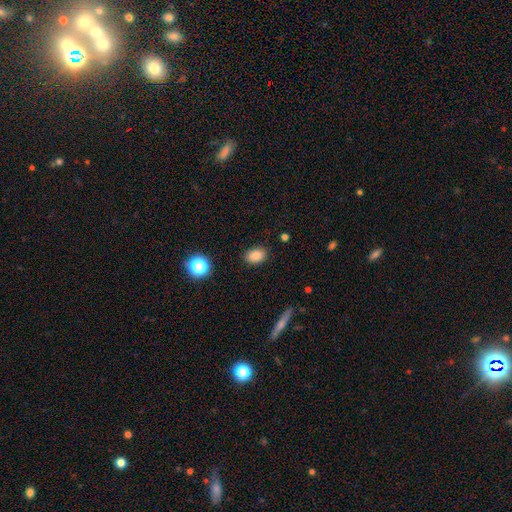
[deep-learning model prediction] Smooth or featured? smooth (84%)
How rounded? in between (79%)
Merging? none (87%)